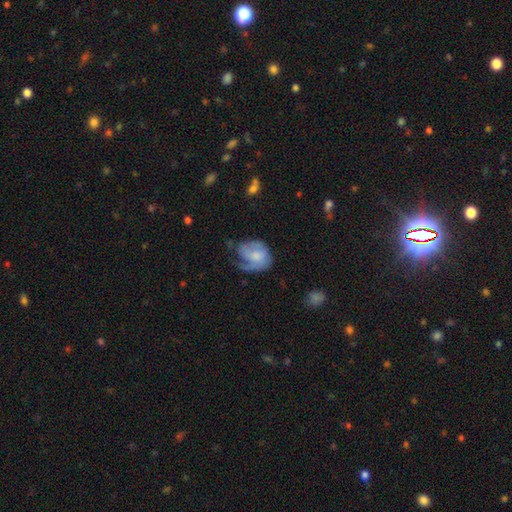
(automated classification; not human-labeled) The model was most divided on "merging" (2-way tie): major disturbance: 34%, none: 34%, minor disturbance: 29%, merger: 3%. Remaining: smooth or featured — featured or disk (49%).